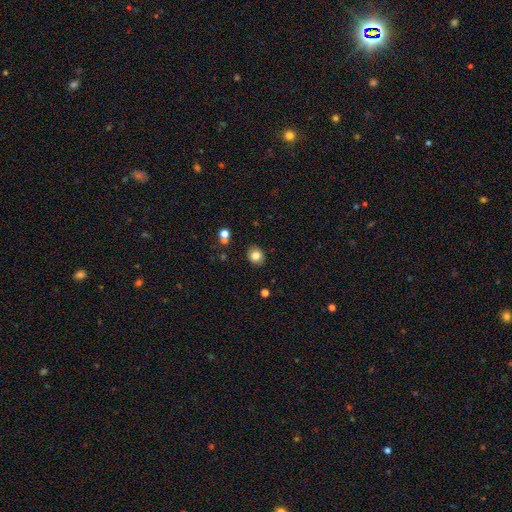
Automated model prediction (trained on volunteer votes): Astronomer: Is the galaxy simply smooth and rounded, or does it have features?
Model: smooth — 81%.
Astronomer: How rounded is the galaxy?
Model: round — 71%.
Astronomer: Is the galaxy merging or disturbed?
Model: none — 88%.